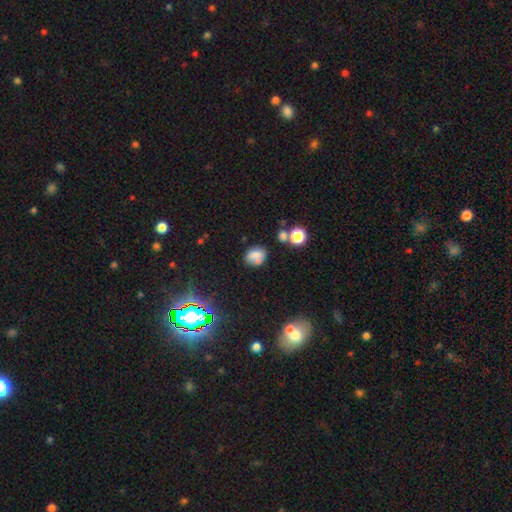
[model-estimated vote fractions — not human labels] smooth-or-featured: smooth: 70% | star or artifact: 15% | featured or disk: 15%
  how-rounded: in between: 55% | round: 44% | cigar-shaped: 1%
  merging: none: 55% | merger: 21% | minor disturbance: 18% | major disturbance: 6%